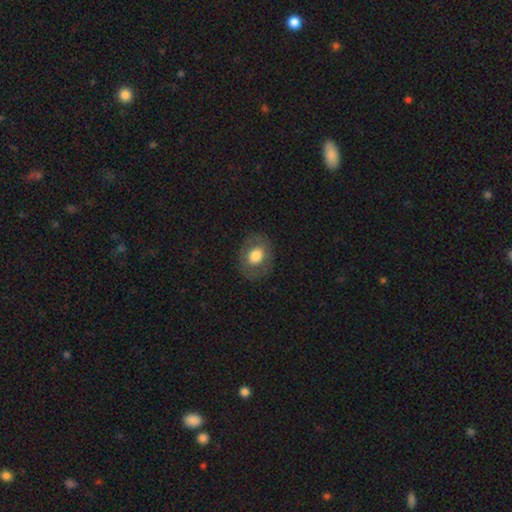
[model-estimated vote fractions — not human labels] Smooth or featured?
  - smooth: 66% *
  - featured or disk: 26%
  - star or artifact: 8%
How rounded?
  - round: 50% *
  - in between: 49%
  - cigar-shaped: 1%
Merging?
  - none: 82% *
  - minor disturbance: 11%
  - major disturbance: 5%
  - merger: 1%